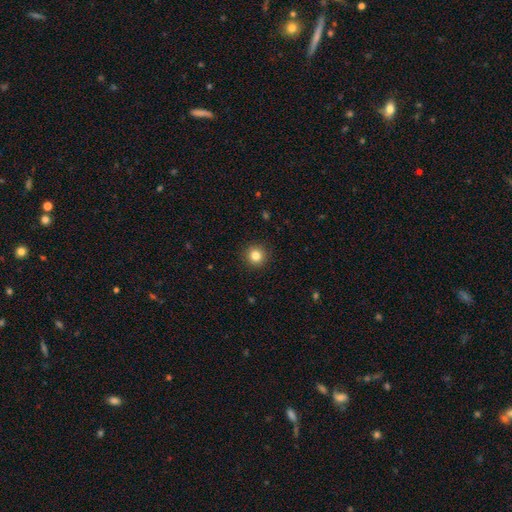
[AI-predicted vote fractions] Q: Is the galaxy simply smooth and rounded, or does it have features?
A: smooth — 83%.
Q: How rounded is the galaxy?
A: round — 95%.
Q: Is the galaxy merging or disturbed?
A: none — 92%.